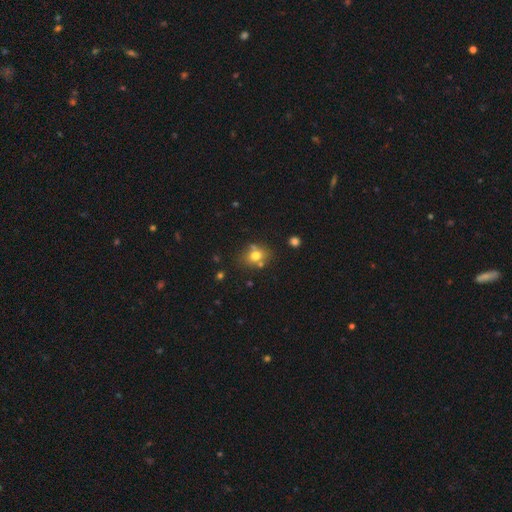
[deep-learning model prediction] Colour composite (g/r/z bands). It shows a smooth galaxy with no disk features (72%) that is round (54%). Merging: none (65%).